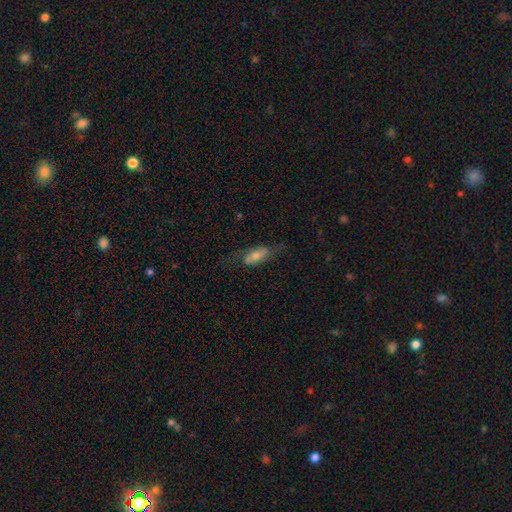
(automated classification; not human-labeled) Morphology: type=smooth (49%); merging=none (60%).